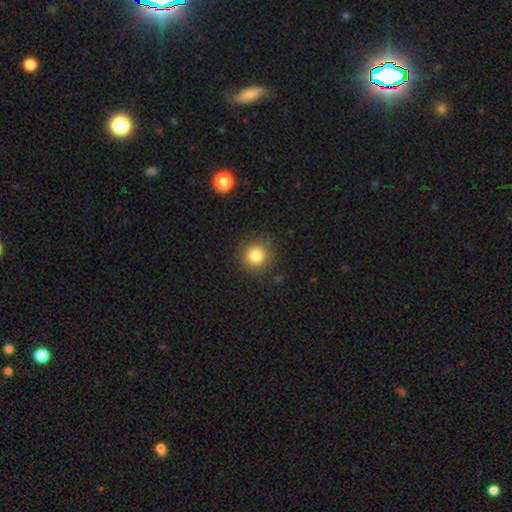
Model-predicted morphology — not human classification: Smooth or featured? smooth (82%)
How rounded? round (93%)
Merging? none (88%)